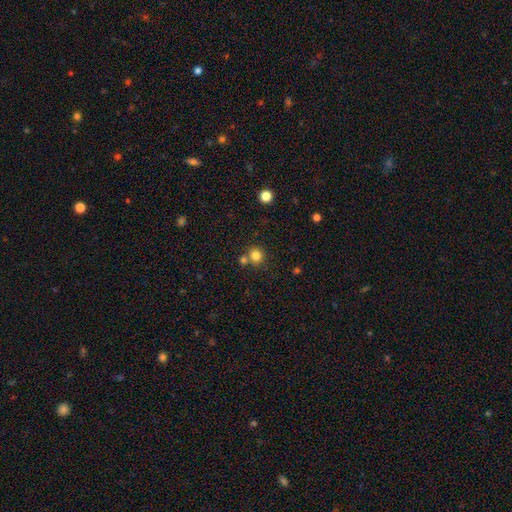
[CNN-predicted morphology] Smooth or featured? Predicted: smooth (p=0.81). How rounded? Predicted: round (p=0.91). Merging? Predicted: none (p=0.67).